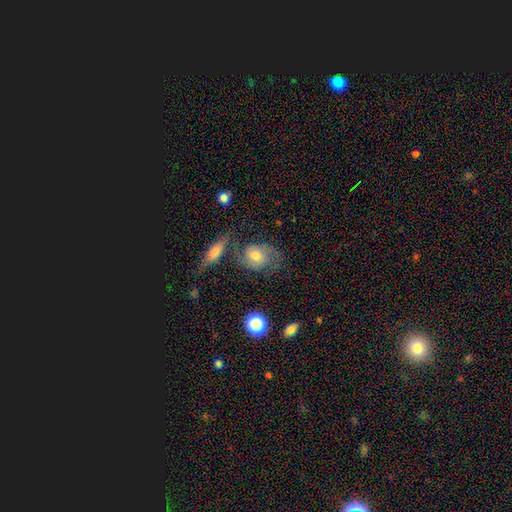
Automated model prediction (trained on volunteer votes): Overall: featured or disk (52%; smooth 38%). Edge-on disk: no (94%). Merging: none (52%; minor disturbance 21%).